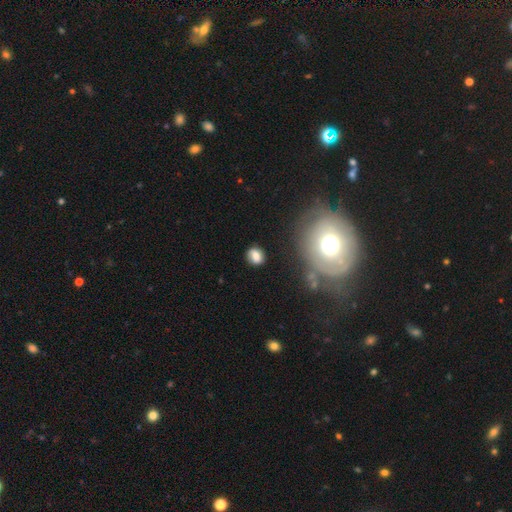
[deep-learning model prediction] Smooth or featured?
  - smooth: 76% *
  - featured or disk: 13%
  - star or artifact: 11%
How rounded?
  - in between: 49% * (tied)
  - round: 49% * (tied)
  - cigar-shaped: 2%
Merging?
  - none: 76% *
  - minor disturbance: 15%
  - major disturbance: 5%
  - merger: 4%